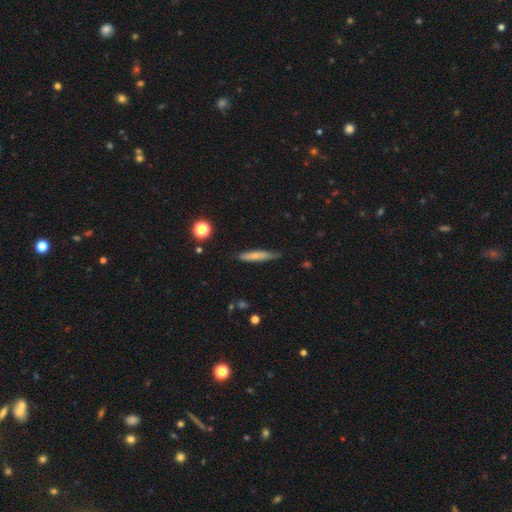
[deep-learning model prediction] A smooth galaxy with no disk features (68%) that is cigar-shaped (88%).

Vote fractions:
- Smooth or featured? smooth: 68% / featured or disk: 25% / star or artifact: 7%
- How rounded? cigar-shaped: 88% / in between: 10% / round: 2%
- Merging? none: 76% / minor disturbance: 19% / major disturbance: 3% / merger: 2%